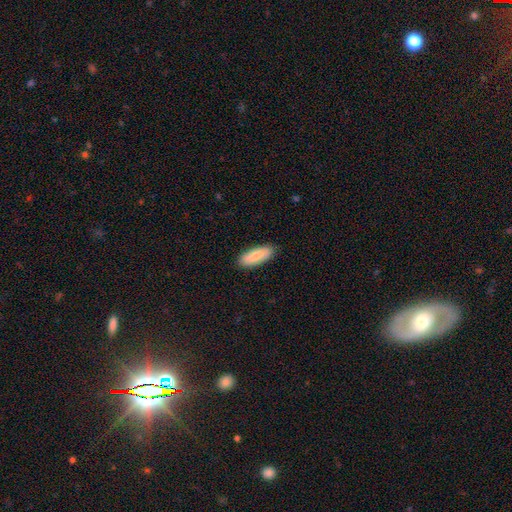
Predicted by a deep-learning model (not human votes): This appears to be a smooth galaxy with no disk features (80%) that is in between round and cigar-shaped (68%). Merging: none (87%).